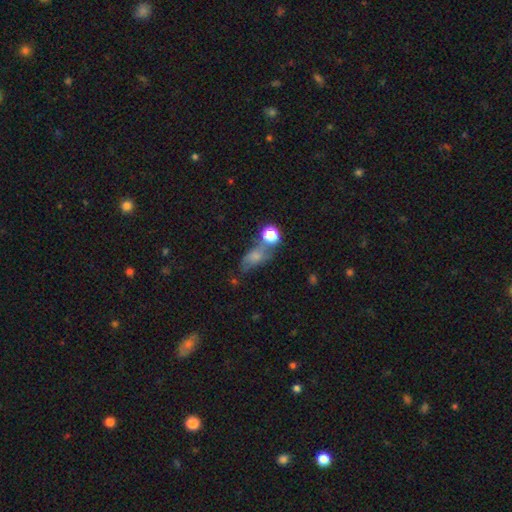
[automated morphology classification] Overall: smooth (57%; featured or disk 26%). How rounded: in between (71%). Merging: none (33%; merger 25%).